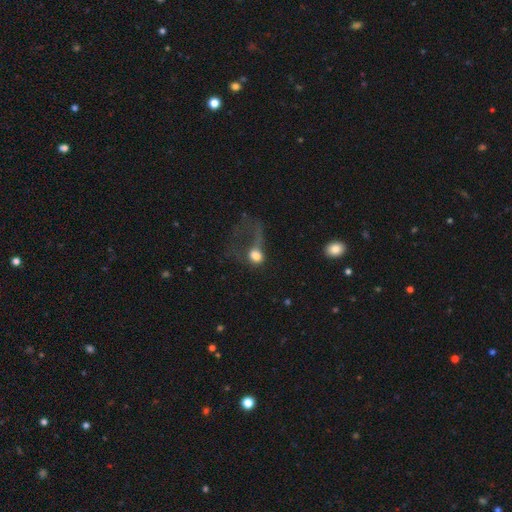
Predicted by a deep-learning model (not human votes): Smooth or featured: smooth — 65% (featured or disk — 23%)
How rounded: round — 64% (in between — 34%)
Merging: major disturbance — 66% (none — 16%)